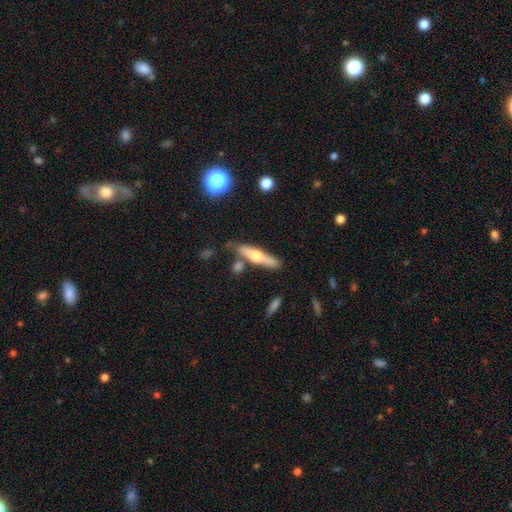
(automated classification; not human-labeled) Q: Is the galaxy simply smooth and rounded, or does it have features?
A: featured or disk — 53%.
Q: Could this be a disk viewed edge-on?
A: yes — 93%.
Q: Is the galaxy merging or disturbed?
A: none — 74%.